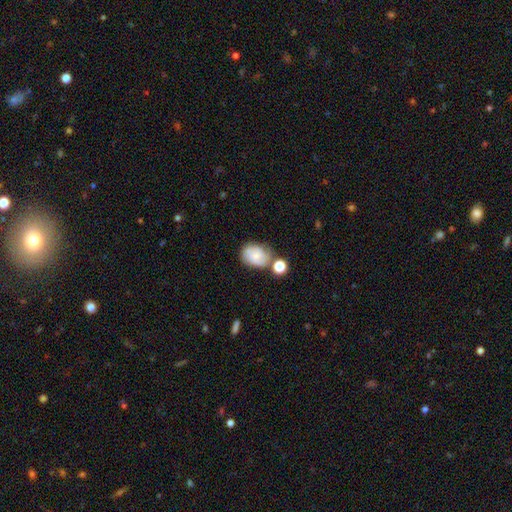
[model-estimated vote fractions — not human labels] This is likely a smooth galaxy (67%). How rounded: possibly in between (59%). Merging: possibly none (48%).